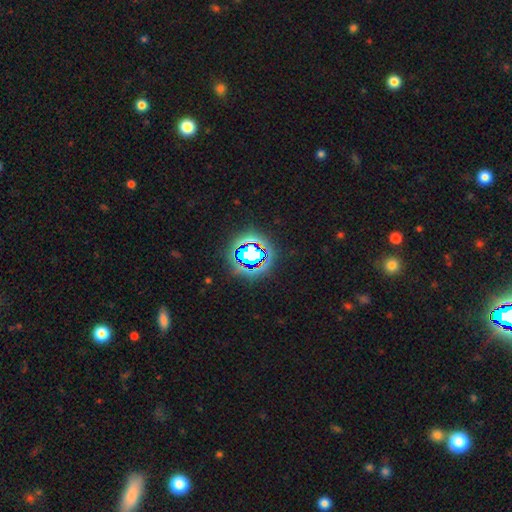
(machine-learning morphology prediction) smooth_or_featured: star or artifact (p=0.66) [alt: smooth p=0.21]